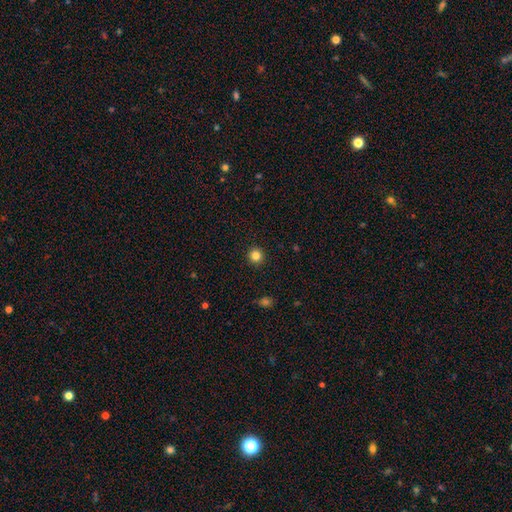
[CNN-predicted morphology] Smooth or featured? smooth (83%)
How rounded? round (95%)
Merging? none (93%)